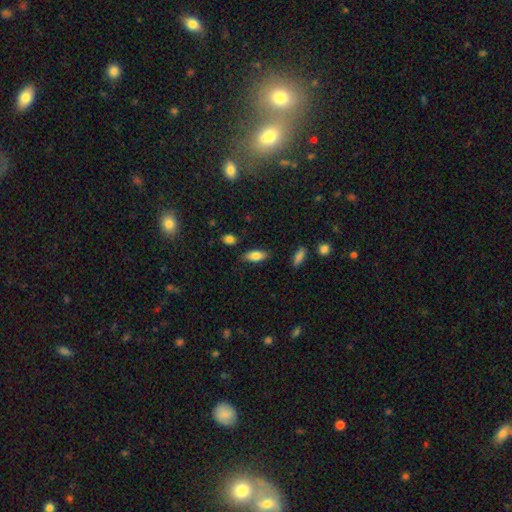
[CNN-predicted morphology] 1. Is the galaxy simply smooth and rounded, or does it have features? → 80% smooth, 13% featured or disk, 7% star or artifact.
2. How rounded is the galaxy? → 81% in between, 16% cigar-shaped, 2% round.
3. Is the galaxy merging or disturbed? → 84% none, 12% minor disturbance, 3% major disturbance, 2% merger.